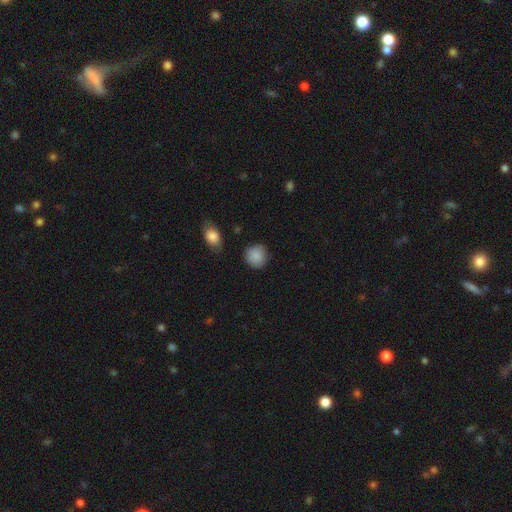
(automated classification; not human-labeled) The model was most divided on "merging": none: 83%, minor disturbance: 11%, major disturbance: 3%, merger: 2%. More confident: how rounded — round (89%); smooth or featured — smooth (88%).